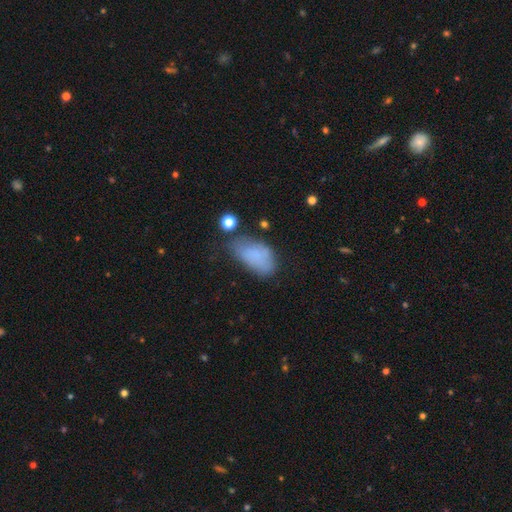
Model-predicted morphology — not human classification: A smooth galaxy with no disk features (75%) that is in between round and cigar-shaped (92%). Merging: none (43%).